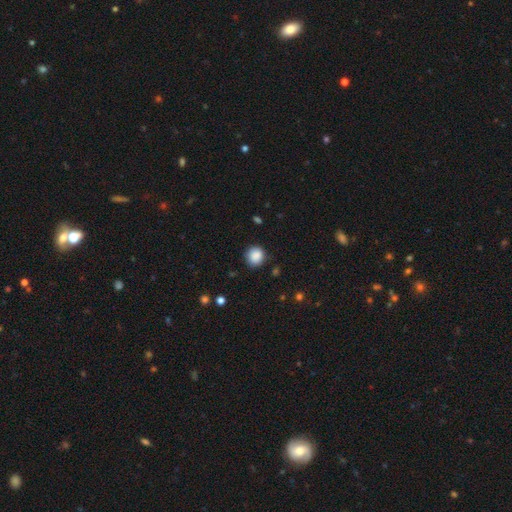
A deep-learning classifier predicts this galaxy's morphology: Smooth or featured: smooth — 88% (star or artifact — 9%)
How rounded: round — 86% (in between — 13%)
Merging: none — 86% (minor disturbance — 10%)